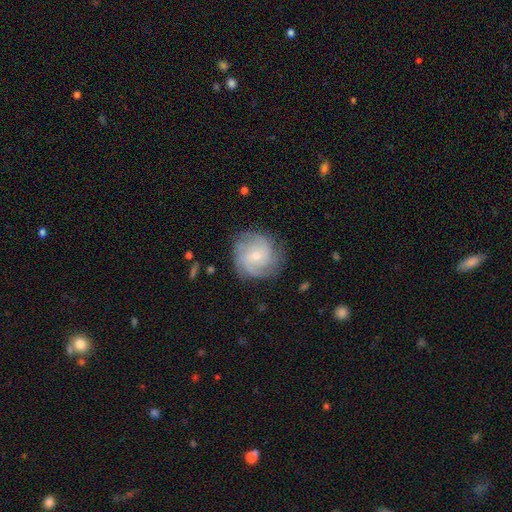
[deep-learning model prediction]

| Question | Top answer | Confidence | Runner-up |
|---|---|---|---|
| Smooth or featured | featured or disk | 79% | smooth (14%) |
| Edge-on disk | no | 98% | yes (2%) |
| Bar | no | 69% | weak (27%) |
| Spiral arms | yes | 96% | no (4%) |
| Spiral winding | tight | 53% | medium (37%) |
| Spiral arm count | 3 | 36% | can't tell (21%) |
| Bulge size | small | 65% | moderate (31%) |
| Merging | none | 78% | minor disturbance (15%) |